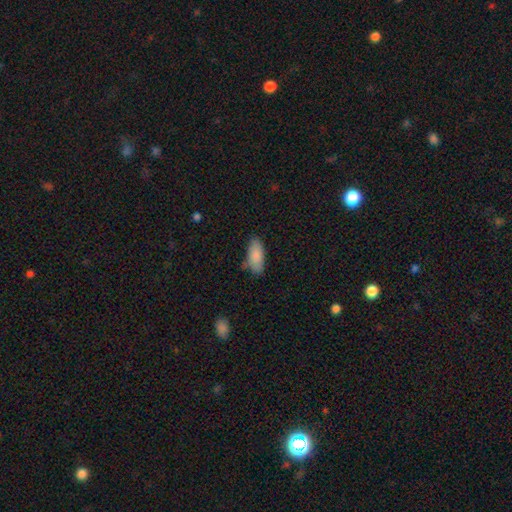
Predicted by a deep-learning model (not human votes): This is clearly a smooth galaxy (86%). How rounded: clearly in between (85%). Merging: likely none (71%).